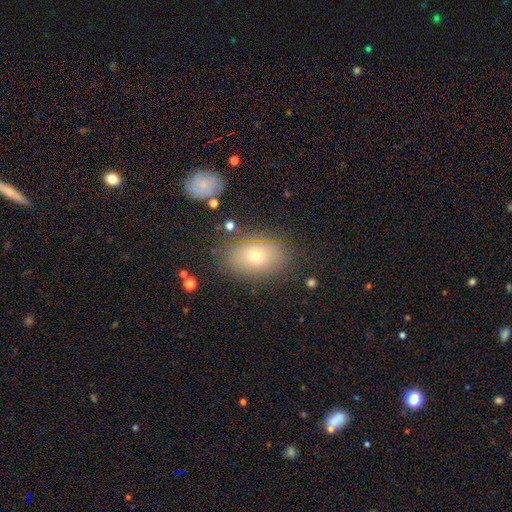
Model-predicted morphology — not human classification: Smooth or featured?
  - smooth: 67% *
  - featured or disk: 21%
  - star or artifact: 12%
How rounded?
  - in between: 81% *
  - round: 17%
  - cigar-shaped: 1%
Merging?
  - none: 79% *
  - minor disturbance: 13%
  - major disturbance: 5%
  - merger: 3%